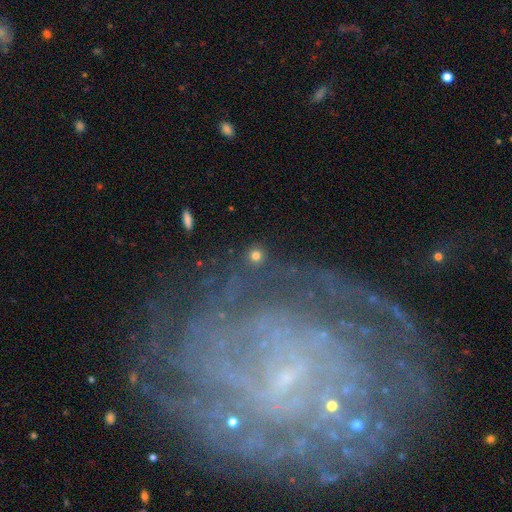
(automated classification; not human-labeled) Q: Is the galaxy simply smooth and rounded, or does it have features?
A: smooth — 74%.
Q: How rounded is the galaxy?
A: round — 94%.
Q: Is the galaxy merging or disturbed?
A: none — 86%.